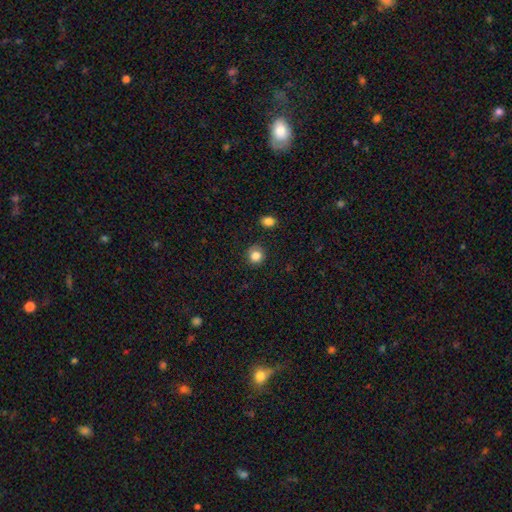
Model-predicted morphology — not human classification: smooth-or-featured: smooth: 85% | star or artifact: 10% | featured or disk: 4%
  how-rounded: round: 88% | in between: 11% | cigar-shaped: 1%
  merging: none: 85% | minor disturbance: 11% | major disturbance: 3% | merger: 2%